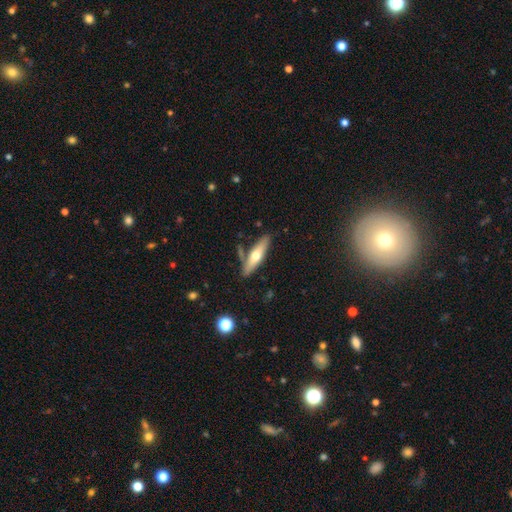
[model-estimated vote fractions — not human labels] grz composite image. It shows a smooth galaxy with no disk features (49%). Merging: none (76%).